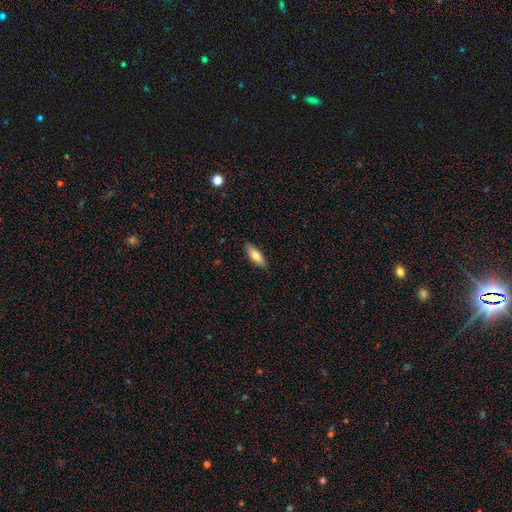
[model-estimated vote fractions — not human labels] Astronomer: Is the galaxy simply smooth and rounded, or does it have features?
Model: smooth — 75%.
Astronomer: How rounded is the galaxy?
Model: in between — 57% (runner-up: cigar-shaped, 41%).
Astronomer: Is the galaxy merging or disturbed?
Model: none — 87%.